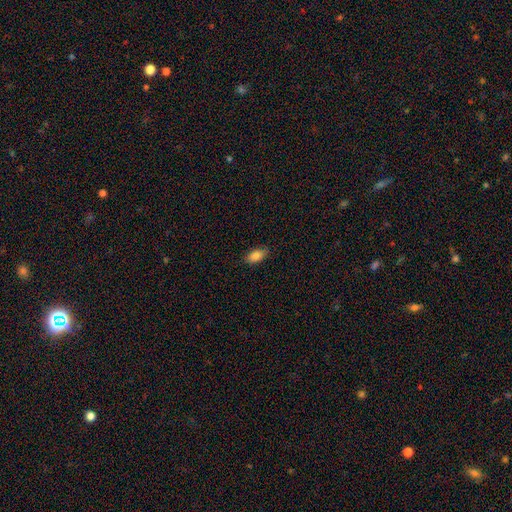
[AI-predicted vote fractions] The model was most divided on "merging": none: 83%, minor disturbance: 13%, major disturbance: 3%, merger: 1%. More confident: how rounded — in between (92%); smooth or featured — smooth (86%).